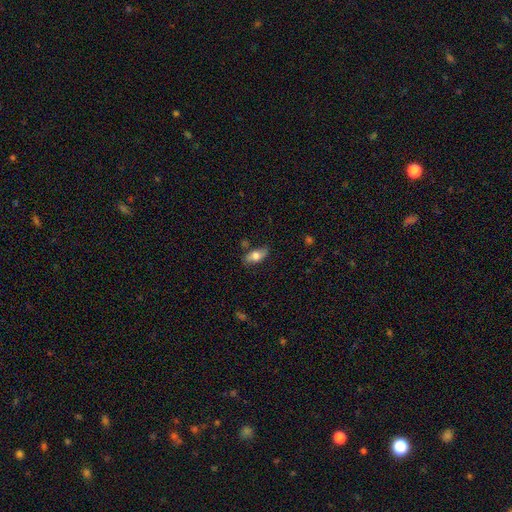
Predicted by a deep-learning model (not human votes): Q: Smooth or featured?
A: smooth (62%); runner-up: featured or disk (31%)
Q: How rounded?
A: in between (83%); runner-up: cigar-shaped (12%)
Q: Merging?
A: none (66%); runner-up: minor disturbance (23%)